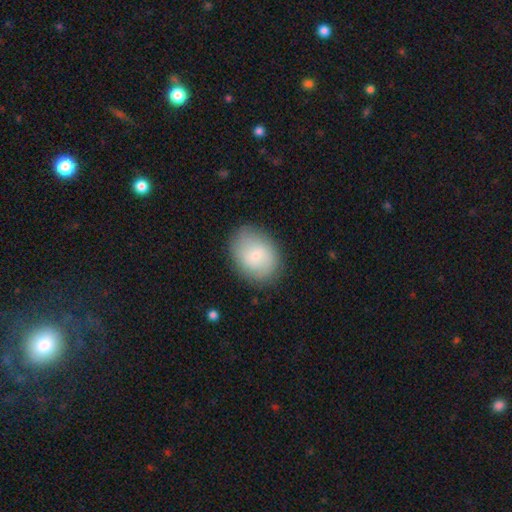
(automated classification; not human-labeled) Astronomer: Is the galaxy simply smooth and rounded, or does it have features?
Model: smooth — 70%.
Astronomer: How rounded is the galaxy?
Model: in between — 62%.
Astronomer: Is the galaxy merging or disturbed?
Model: none — 82%.